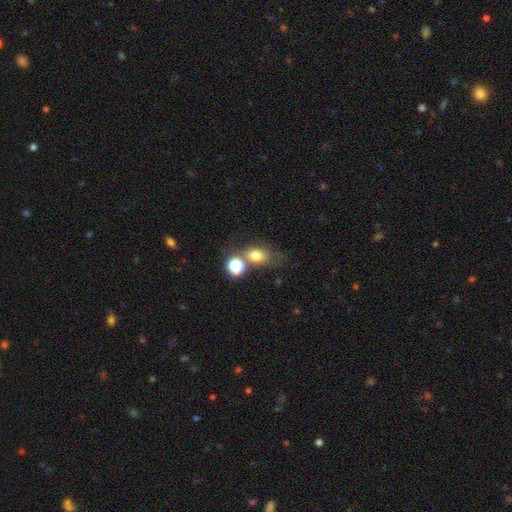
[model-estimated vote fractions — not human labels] A smooth galaxy with no disk features (72%) that is in between round and cigar-shaped (62%). Merging: none (47%).